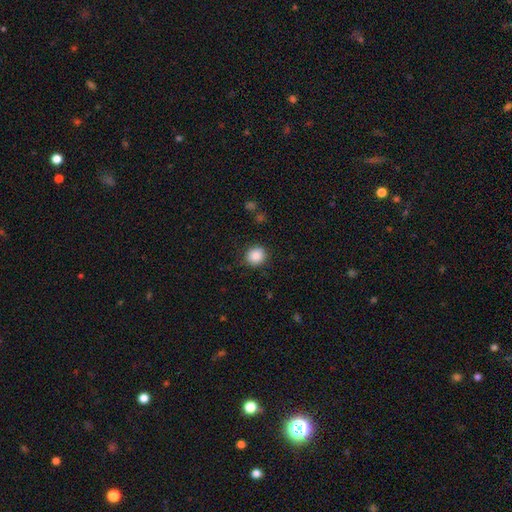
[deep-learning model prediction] Smooth or featured? Predicted: smooth (p=0.87). How rounded? Predicted: round (p=0.87). Merging? Predicted: none (p=0.87).